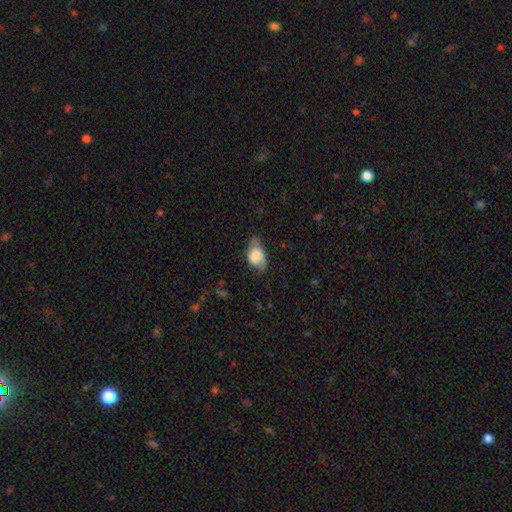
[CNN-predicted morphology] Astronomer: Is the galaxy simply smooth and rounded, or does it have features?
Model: smooth — 68%.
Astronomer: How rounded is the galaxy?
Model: in between — 86%.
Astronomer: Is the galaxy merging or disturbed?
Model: none — 44% (runner-up: minor disturbance, 37%).